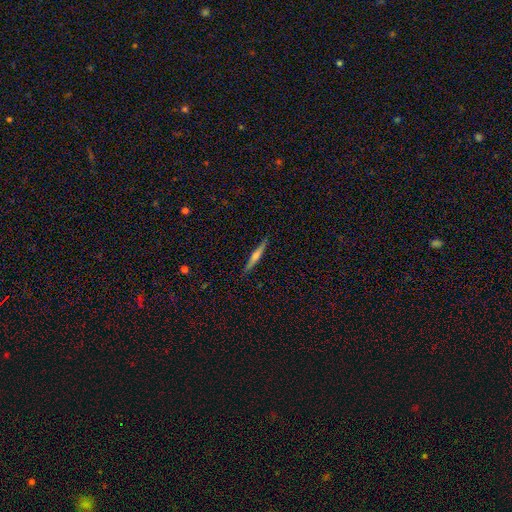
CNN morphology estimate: Smooth or featured? featured or disk (60%)
Edge-on disk? yes (97%)
Edge-on bulge? rounded (70%)
Merging? none (90%)